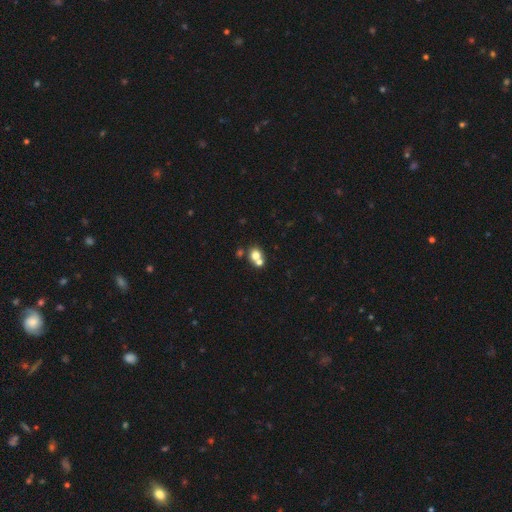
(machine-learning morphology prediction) Smooth or featured?
  - smooth: 73% *
  - star or artifact: 14%
  - featured or disk: 14%
How rounded?
  - round: 73% *
  - in between: 26%
  - cigar-shaped: 1%
Merging?
  - merger: 48% *
  - none: 42%
  - minor disturbance: 6%
  - major disturbance: 3%